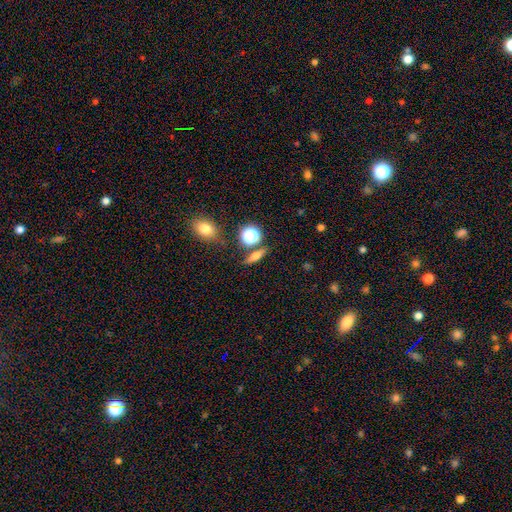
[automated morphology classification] smooth-or-featured: smooth: 53% | featured or disk: 30% | star or artifact: 17%
  how-rounded: cigar-shaped: 49% | in between: 29% | round: 22%
  merging: none: 81% | minor disturbance: 9% | merger: 7% | major disturbance: 3%